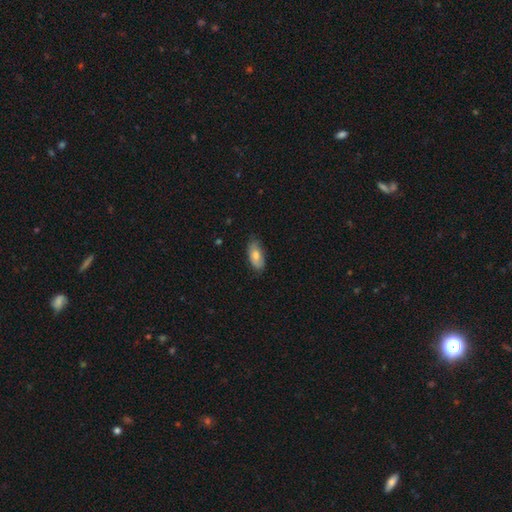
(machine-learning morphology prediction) A smooth galaxy with no disk features (73%) that is in between round and cigar-shaped (89%). Merging: none (75%).